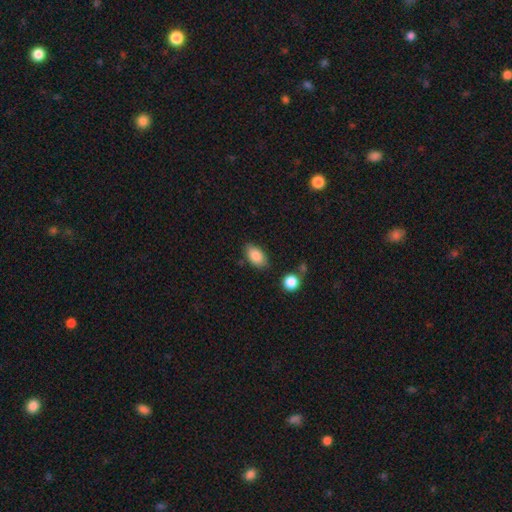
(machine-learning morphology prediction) A smooth galaxy with no disk features (86%) that is in between round and cigar-shaped (91%). Merging: none (80%).